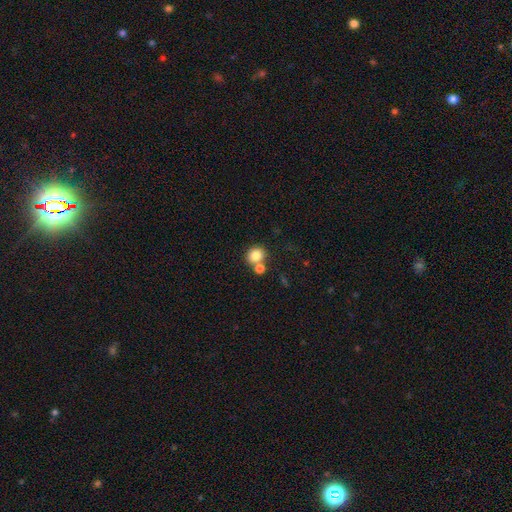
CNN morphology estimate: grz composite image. It shows a smooth galaxy with no disk features (83%) that is round (79%). Merging: none (58%).